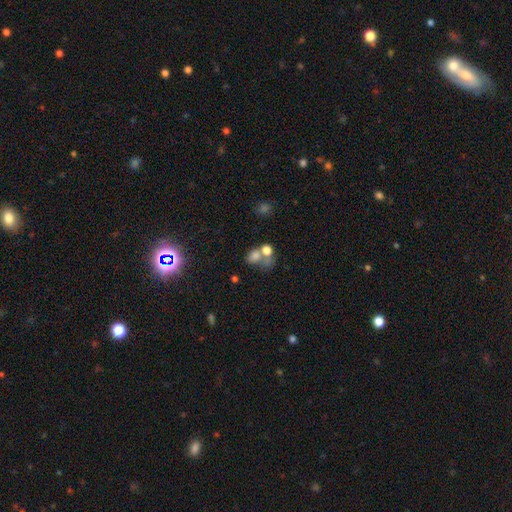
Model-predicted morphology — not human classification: A smooth galaxy with no disk features (70%) that is in between round and cigar-shaped (52%). Merging: merger (51%).